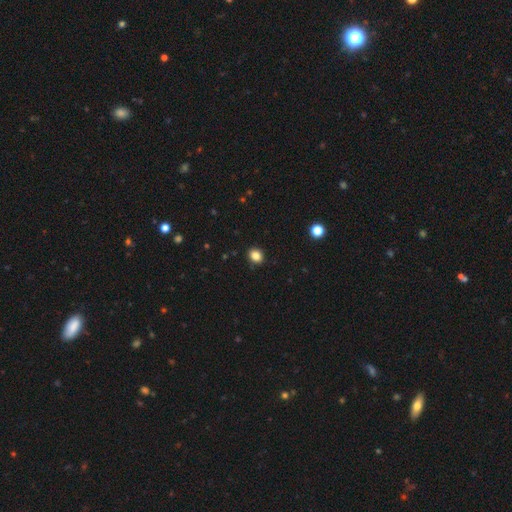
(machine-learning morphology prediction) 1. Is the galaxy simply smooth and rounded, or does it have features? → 85% smooth, 11% star or artifact, 4% featured or disk.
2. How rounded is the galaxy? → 62% round, 37% in between, 1% cigar-shaped.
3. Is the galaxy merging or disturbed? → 90% none, 7% minor disturbance, 2% major disturbance, 1% merger.